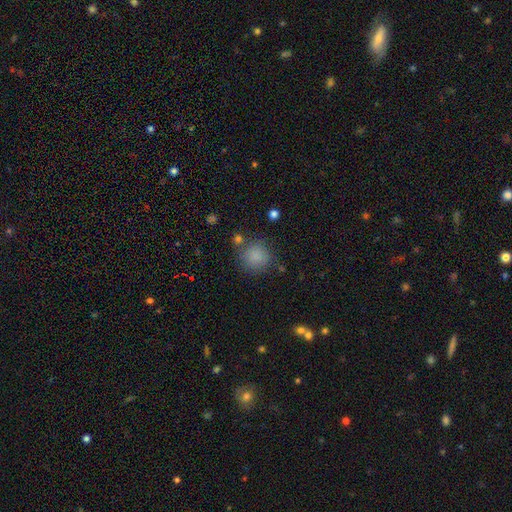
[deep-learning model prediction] A smooth galaxy with no disk features (84%) that is round (90%).

Vote fractions:
- Smooth or featured? smooth: 84% / star or artifact: 11% / featured or disk: 5%
- How rounded? round: 90% / in between: 10% / cigar-shaped: 1%
- Merging? none: 76% / minor disturbance: 13% / merger: 6% / major disturbance: 5%